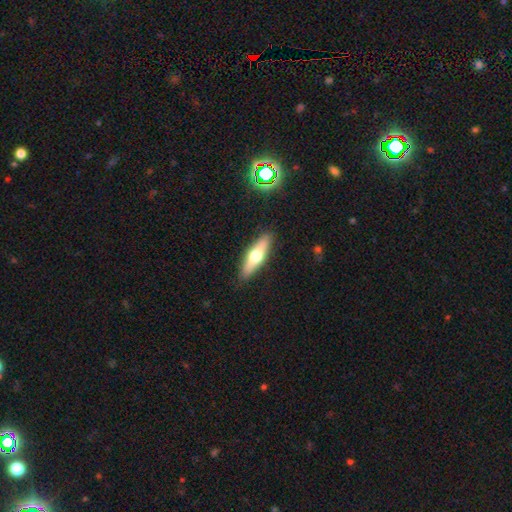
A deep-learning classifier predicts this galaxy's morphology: A smooth galaxy with no disk features (49%). Merging: none (89%).